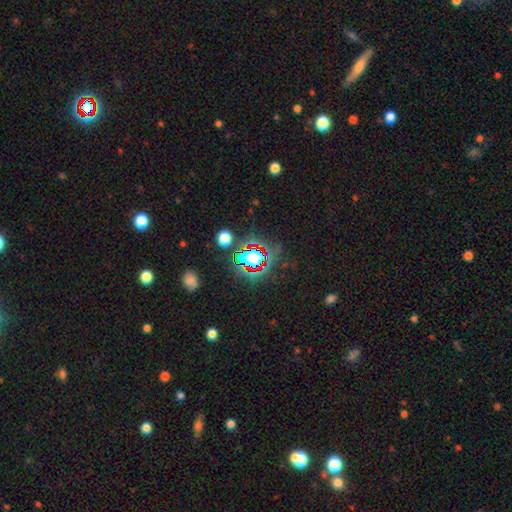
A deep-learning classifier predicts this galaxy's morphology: type=star or artifact (64%).